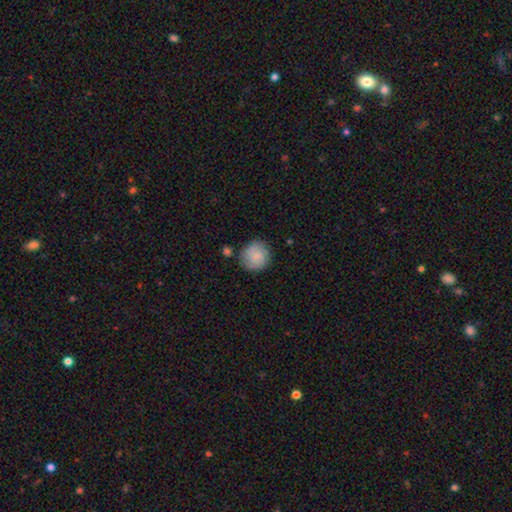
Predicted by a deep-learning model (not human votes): A smooth galaxy with no disk features (77%) that is round (88%).

Vote fractions:
- Smooth or featured? smooth: 77% / featured or disk: 16% / star or artifact: 7%
- How rounded? round: 88% / in between: 11% / cigar-shaped: 1%
- Merging? none: 75% / minor disturbance: 16% / merger: 5% / major disturbance: 4%